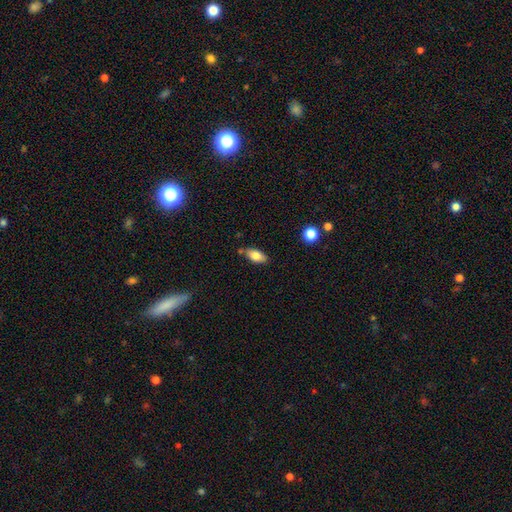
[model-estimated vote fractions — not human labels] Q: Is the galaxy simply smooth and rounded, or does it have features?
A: smooth — 80%.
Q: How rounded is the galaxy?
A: in between — 90%.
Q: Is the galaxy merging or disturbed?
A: none — 74%.